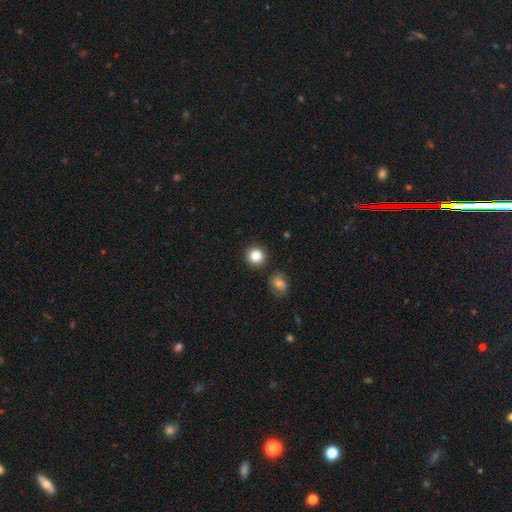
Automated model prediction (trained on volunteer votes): Smooth or featured? Predicted: smooth (p=0.84). How rounded? Predicted: round (p=0.92). Merging? Predicted: none (p=0.89).